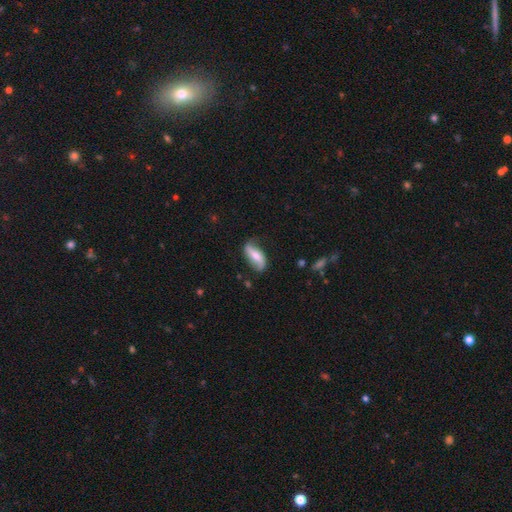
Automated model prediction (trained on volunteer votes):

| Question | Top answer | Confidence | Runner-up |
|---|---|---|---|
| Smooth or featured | featured or disk | 57% | smooth (37%) |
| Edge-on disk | no | 87% | yes (13%) |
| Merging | none | 71% | minor disturbance (21%) |